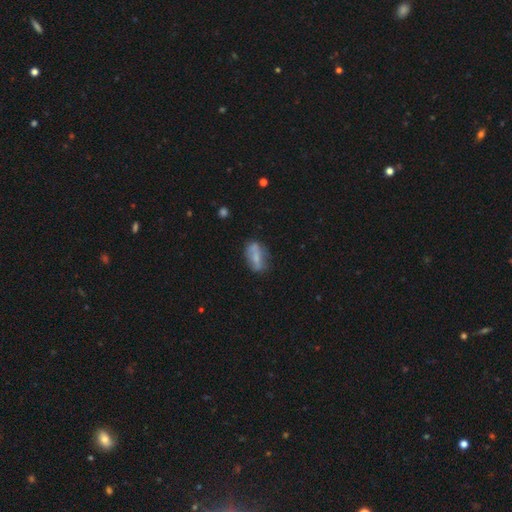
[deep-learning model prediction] Smooth or featured: smooth — 56% (featured or disk — 36%)
How rounded: in between — 78% (cigar-shaped — 15%)
Merging: none — 67% (minor disturbance — 22%)